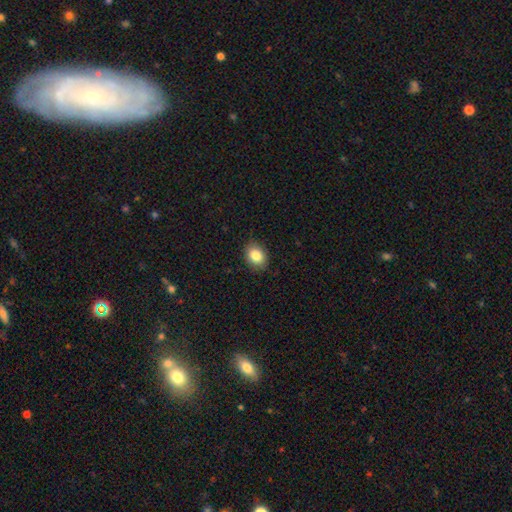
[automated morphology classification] Smooth or featured: smooth — 85% (star or artifact — 9%)
How rounded: in between — 66% (round — 34%)
Merging: none — 88% (minor disturbance — 9%)